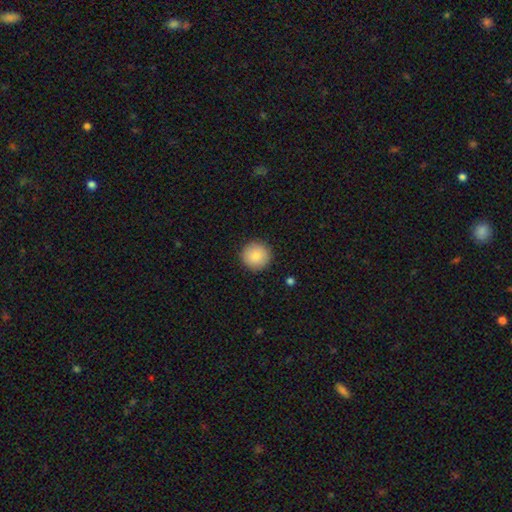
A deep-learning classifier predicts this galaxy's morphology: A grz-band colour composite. It shows a smooth galaxy with no disk features (86%) that is round (96%). Merging: none (92%).